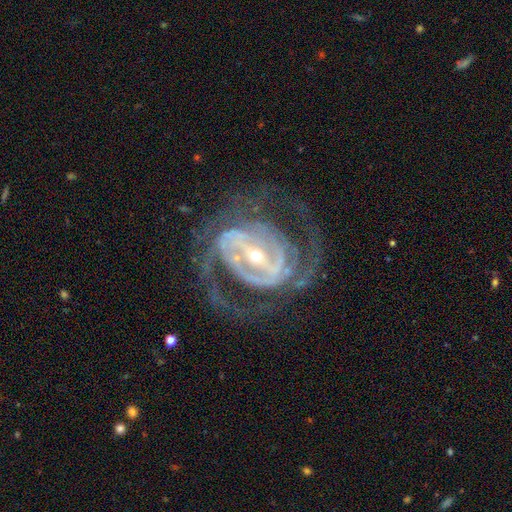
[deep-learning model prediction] Q: Smooth or featured?
A: featured or disk (91%); runner-up: star or artifact (5%)
Q: Edge-on disk?
A: no (96%); runner-up: yes (4%)
Q: Bar?
A: strong (70%); runner-up: weak (22%)
Q: Spiral arms?
A: yes (94%); runner-up: no (6%)
Q: Spiral winding?
A: medium (45%); runner-up: tight (41%)
Q: Spiral arm count?
A: 2 (58%); runner-up: can't tell (14%)
Q: Bulge size?
A: small (64%); runner-up: moderate (31%)
Q: Merging?
A: none (64%); runner-up: major disturbance (21%)